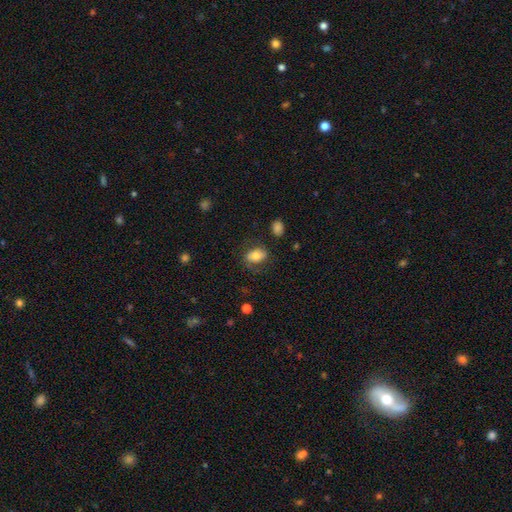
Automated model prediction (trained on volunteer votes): Q: Smooth or featured?
A: smooth (71%); runner-up: featured or disk (21%)
Q: How rounded?
A: in between (84%); runner-up: round (15%)
Q: Merging?
A: none (71%); runner-up: minor disturbance (18%)